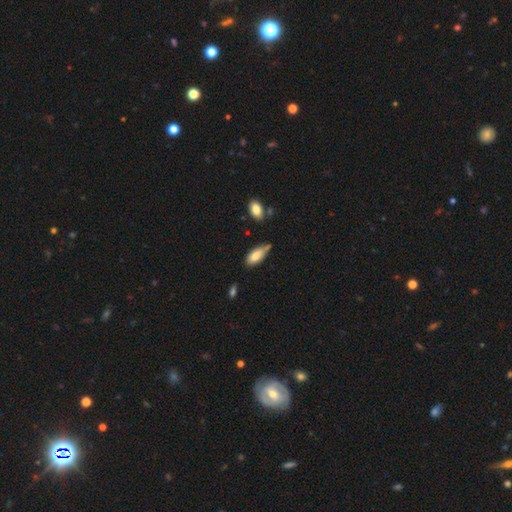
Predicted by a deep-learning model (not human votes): Q: Smooth or featured?
A: smooth (76%); runner-up: featured or disk (18%)
Q: How rounded?
A: in between (84%); runner-up: cigar-shaped (13%)
Q: Merging?
A: none (53%); runner-up: minor disturbance (33%)